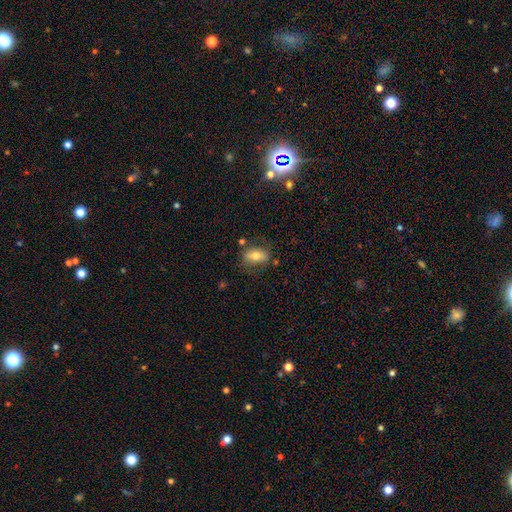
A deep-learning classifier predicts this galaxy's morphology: Overall: smooth (66%). How rounded: in between (84%). Merging: none (68%).